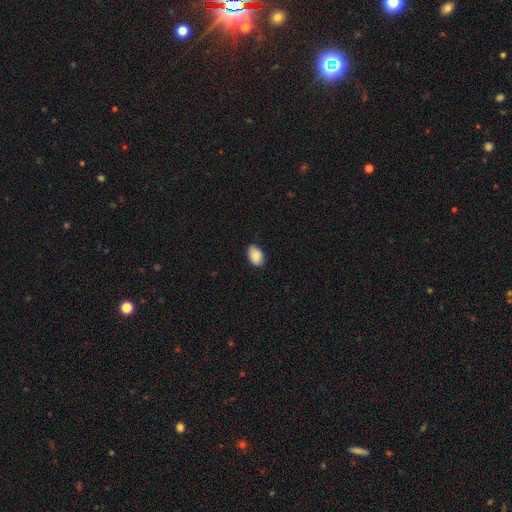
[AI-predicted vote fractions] smooth 87%, star or artifact 7%, featured or disk 6%. Down the decision tree: how rounded — in between (88%); merging — none (83%).